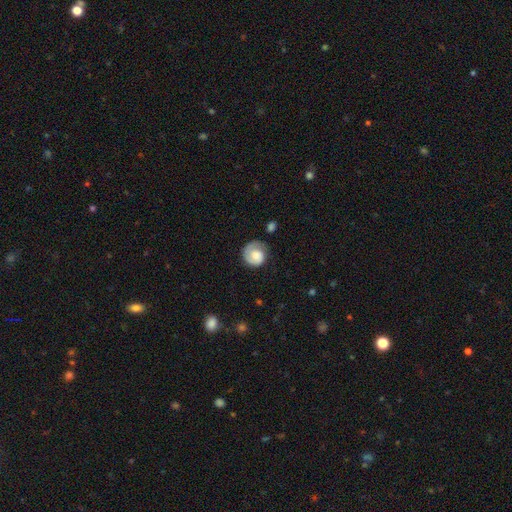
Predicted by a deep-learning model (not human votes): Smooth or featured: featured or disk — 54% (smooth — 40%)
Edge-on disk: no — 98% (yes — 2%)
Bar: no — 75% (weak — 22%)
Spiral arms: yes — 88% (no — 12%)
Bulge size: moderate — 38% (large — 28%)
Merging: none — 65% (minor disturbance — 20%)